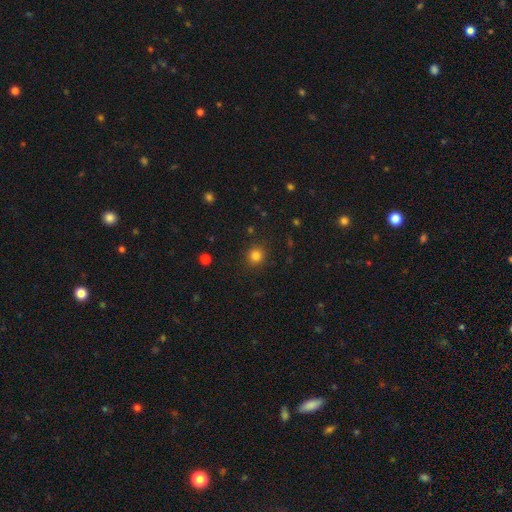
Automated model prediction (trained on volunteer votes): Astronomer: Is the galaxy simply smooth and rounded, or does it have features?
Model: smooth — 82%.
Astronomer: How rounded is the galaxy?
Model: round — 92%.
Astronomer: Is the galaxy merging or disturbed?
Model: none — 90%.